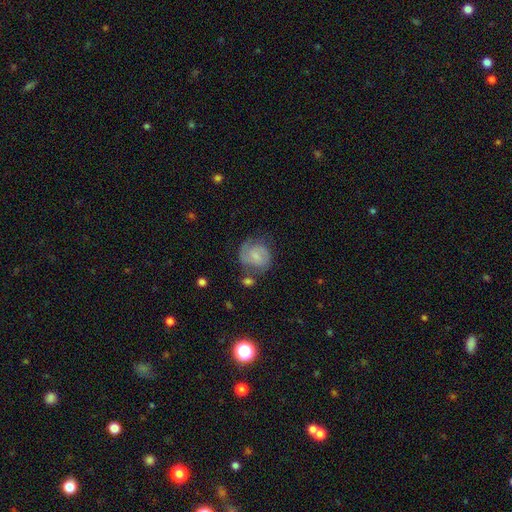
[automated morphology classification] Smooth or featured: featured or disk — 60% (smooth — 33%)
Edge-on disk: no — 98% (yes — 2%)
Bar: no — 51% (weak — 42%)
Spiral arms: yes — 89% (no — 11%)
Spiral winding: tight — 43% (medium — 42%)
Spiral arm count: 2 — 64% (can't tell — 18%)
Bulge size: small — 59% (moderate — 21%)
Merging: none — 58% (minor disturbance — 23%)